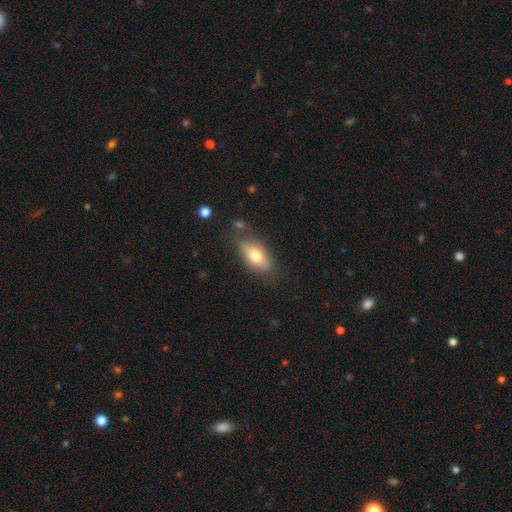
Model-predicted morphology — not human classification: Smooth or featured: smooth — 68% (featured or disk — 25%)
How rounded: in between — 83% (cigar-shaped — 12%)
Merging: none — 75% (minor disturbance — 17%)